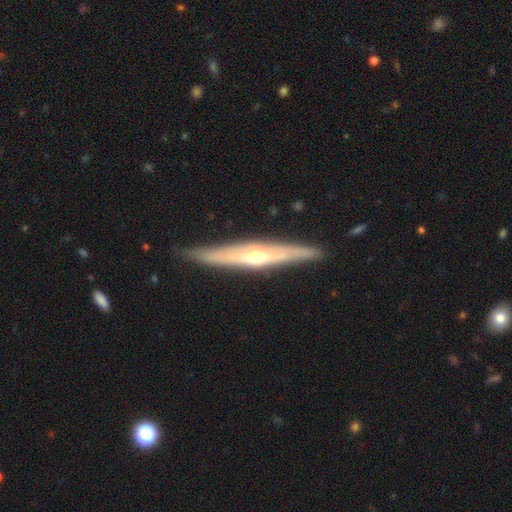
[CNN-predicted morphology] A featured or disk galaxy (75%) viewed edge-on (95%) with a rounded central bulge (83%). Merging: none (88%).